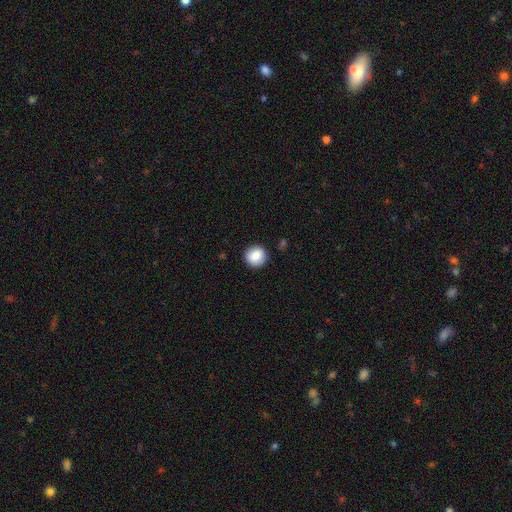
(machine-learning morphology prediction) smooth-or-featured: smooth: 85% | star or artifact: 8% | featured or disk: 7%
  how-rounded: round: 91% | in between: 8% | cigar-shaped: 1%
  merging: none: 89% | minor disturbance: 7% | major disturbance: 2% | merger: 1%